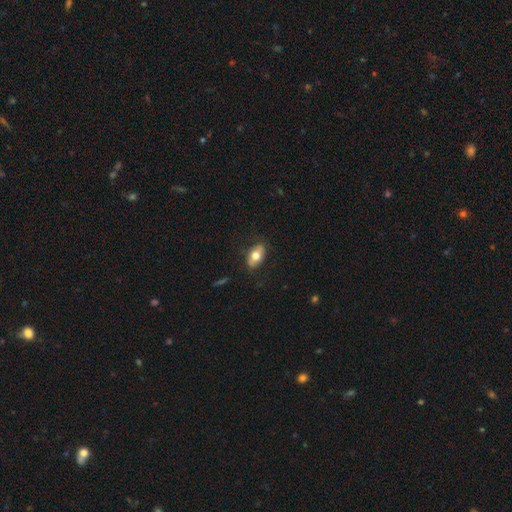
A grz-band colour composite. It shows a smooth galaxy with no disk features (64%) that is in between round and cigar-shaped (88%). Merging: none (86%).